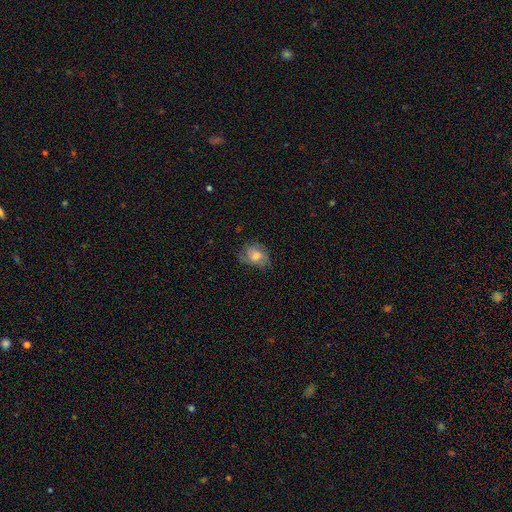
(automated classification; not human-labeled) This is likely a smooth galaxy (61%). How rounded: likely in between (63%). Merging: possibly none (59%).